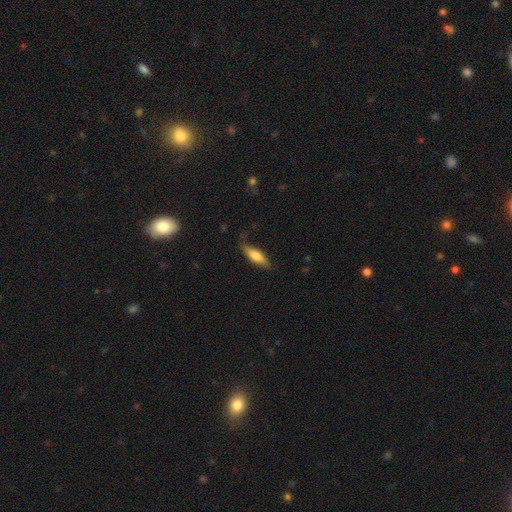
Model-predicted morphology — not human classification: type=smooth (71%); roundness=cigar-shaped (52%); merging=none (71%).